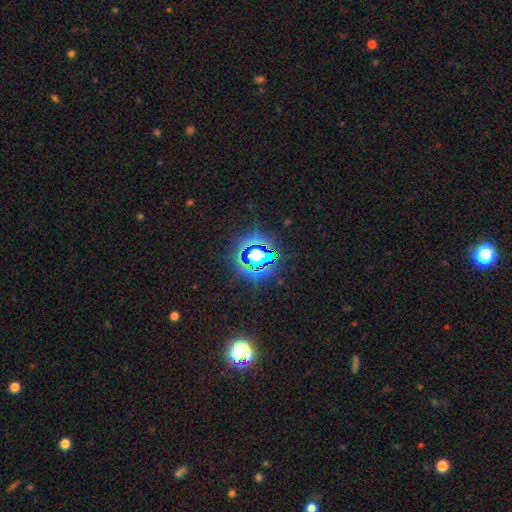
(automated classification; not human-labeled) smooth-or-featured: star or artifact: 82% | smooth: 12% | featured or disk: 7%